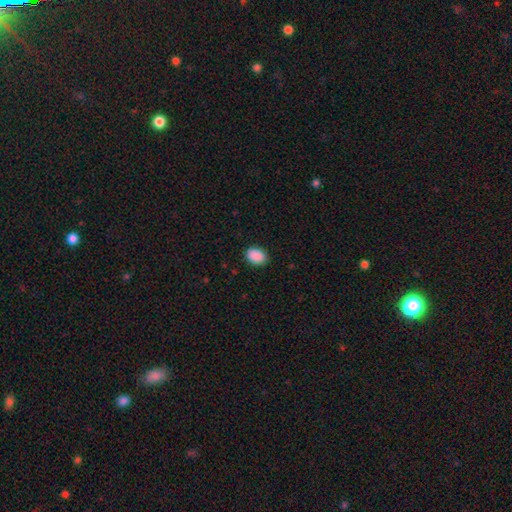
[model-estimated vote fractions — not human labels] Smooth or featured?
  - smooth: 91% *
  - star or artifact: 7%
  - featured or disk: 2%
How rounded?
  - in between: 78% *
  - round: 21%
  - cigar-shaped: 1%
Merging?
  - none: 88% *
  - minor disturbance: 9%
  - major disturbance: 2%
  - merger: 1%